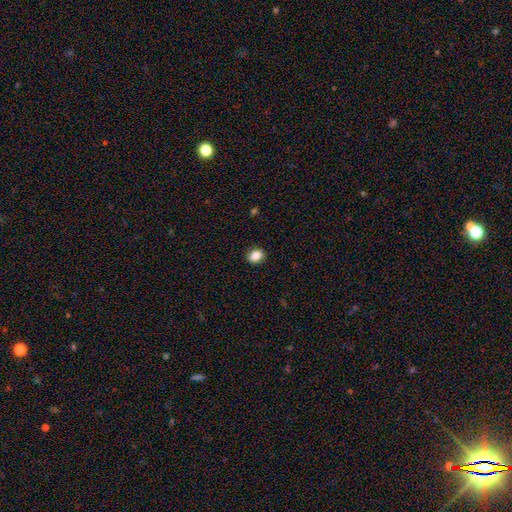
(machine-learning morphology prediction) Q: Smooth or featured?
A: smooth (86%); runner-up: star or artifact (9%)
Q: How rounded?
A: round (50%); runner-up: in between (49%)
Q: Merging?
A: none (89%); runner-up: minor disturbance (8%)